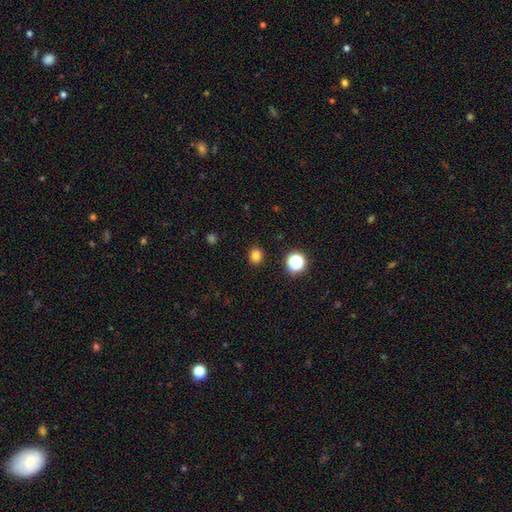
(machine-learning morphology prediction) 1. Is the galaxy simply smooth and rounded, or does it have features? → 80% smooth, 15% star or artifact, 5% featured or disk.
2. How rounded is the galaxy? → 81% round, 18% in between, 1% cigar-shaped.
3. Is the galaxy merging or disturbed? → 90% none, 7% minor disturbance, 2% major disturbance, 1% merger.